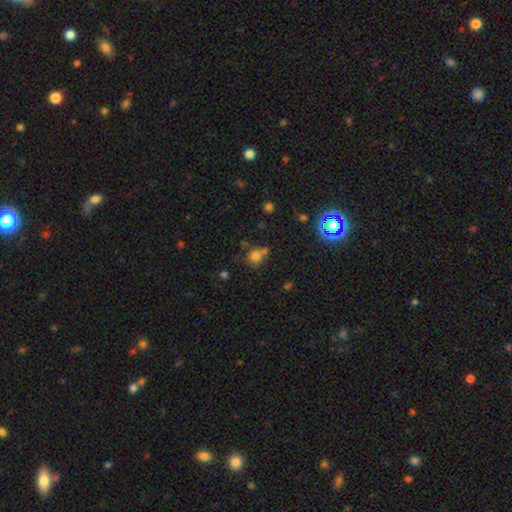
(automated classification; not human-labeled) A smooth galaxy with no disk features (73%) that is round (85%). Merging: none (55%).